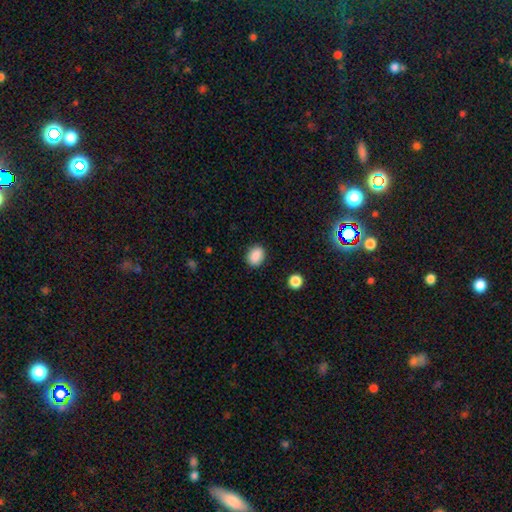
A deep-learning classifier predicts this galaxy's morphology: type=smooth (88%); roundness=in between (66%); merging=none (87%).